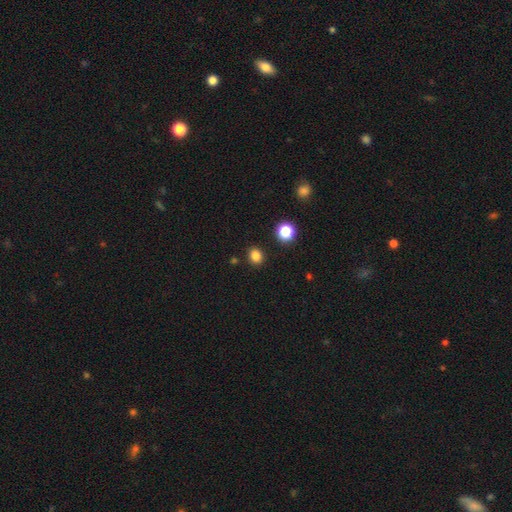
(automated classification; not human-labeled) This is clearly a smooth galaxy (83%). How rounded: likely round (60%). Merging: clearly none (88%).